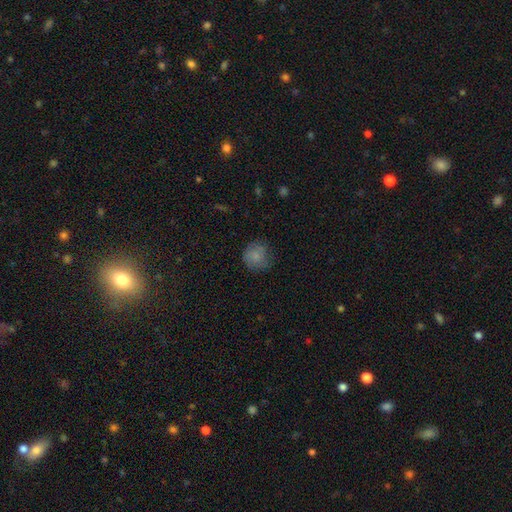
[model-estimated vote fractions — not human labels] smooth 78%, featured or disk 13%, star or artifact 9%. Down the decision tree: how rounded — round (88%); merging — none (71%).